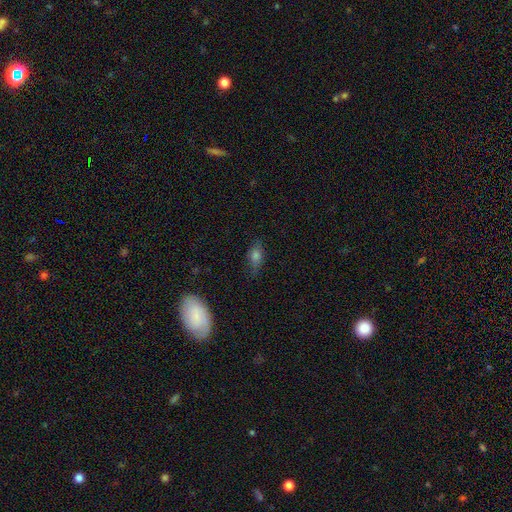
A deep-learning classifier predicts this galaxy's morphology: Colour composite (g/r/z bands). It shows a smooth galaxy with no disk features (65%) that is in between round and cigar-shaped (76%). Merging: none (69%).